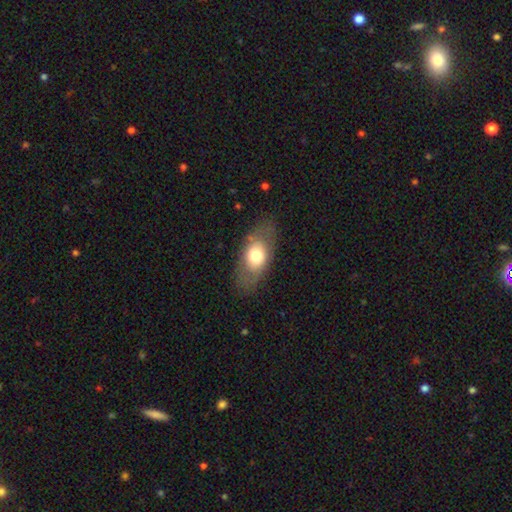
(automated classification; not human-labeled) Overall: smooth (64%; featured or disk 29%). How rounded: in between (85%). Merging: none (78%).